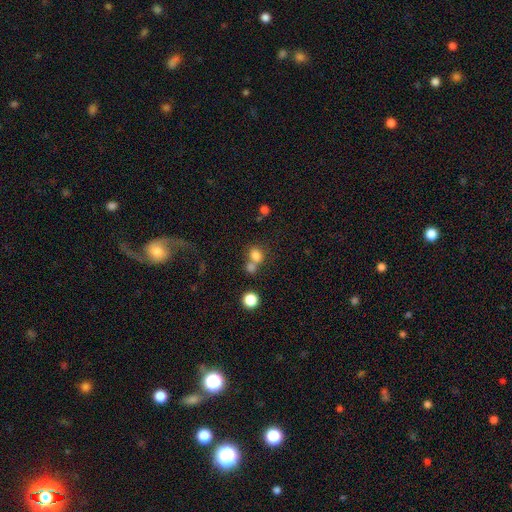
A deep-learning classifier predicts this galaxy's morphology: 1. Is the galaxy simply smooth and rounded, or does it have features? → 78% smooth, 14% star or artifact, 8% featured or disk.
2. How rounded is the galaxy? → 59% round, 40% in between, 1% cigar-shaped.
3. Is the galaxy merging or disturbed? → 45% none, 41% merger, 9% minor disturbance, 5% major disturbance.